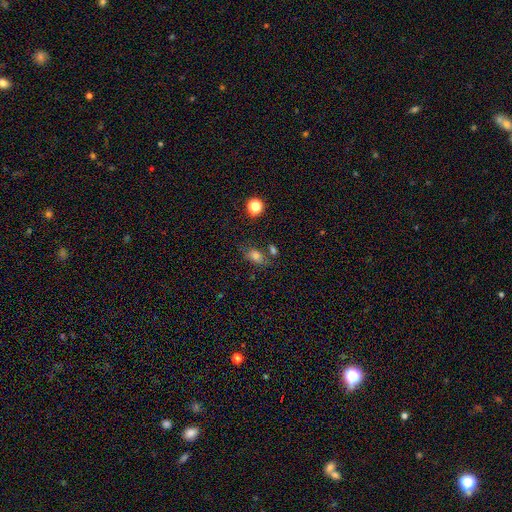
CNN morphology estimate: smooth-or-featured: smooth: 77% | star or artifact: 13% | featured or disk: 11%
  how-rounded: in between: 78% | round: 19% | cigar-shaped: 3%
  merging: none: 64% | minor disturbance: 17% | merger: 13% | major disturbance: 6%